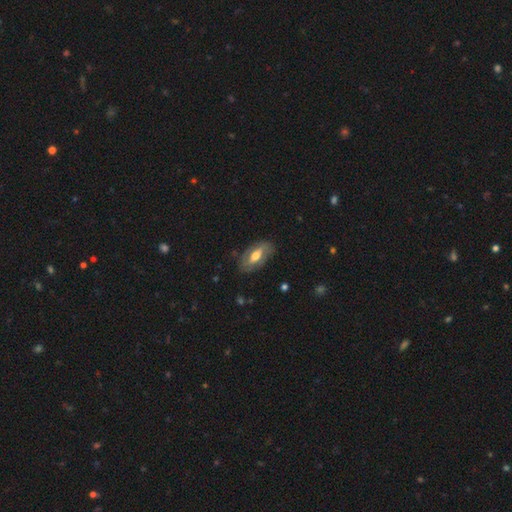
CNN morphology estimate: type=featured or disk (58%); edge-on=no (85%); merging=none (75%).